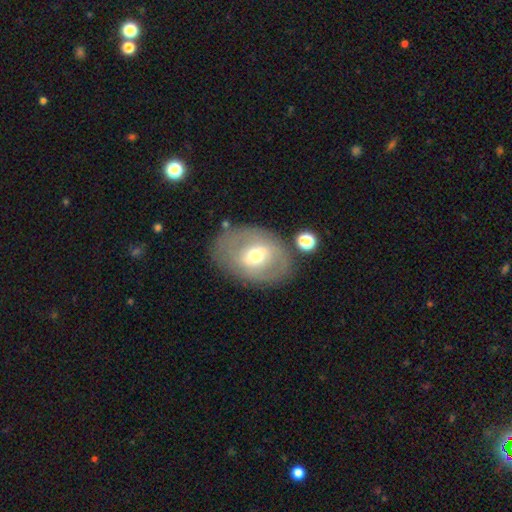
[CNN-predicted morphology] featured or disk 50%, smooth 42%, star or artifact 8%. Down the decision tree: edge-on disk — no (91%); merging — none (76%).